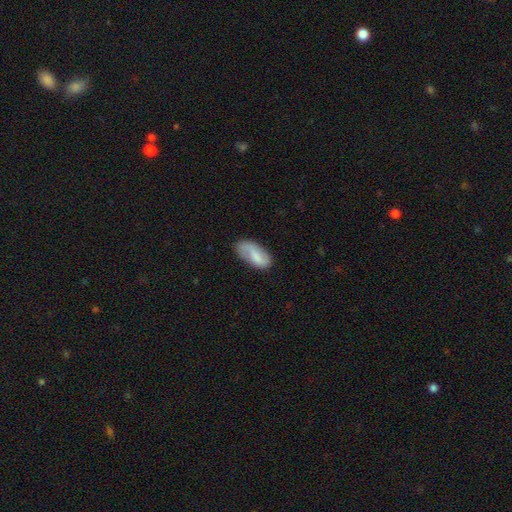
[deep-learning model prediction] This appears to be a smooth galaxy with no disk features (65%) that is in between round and cigar-shaped (92%). Merging: none (63%).